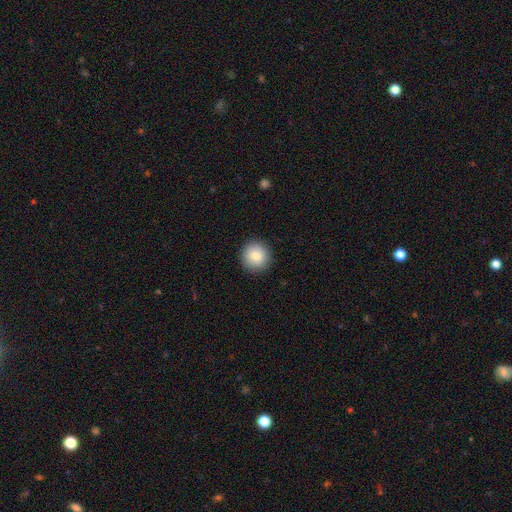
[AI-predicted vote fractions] Smooth or featured? smooth (85%)
How rounded? round (94%)
Merging? none (91%)